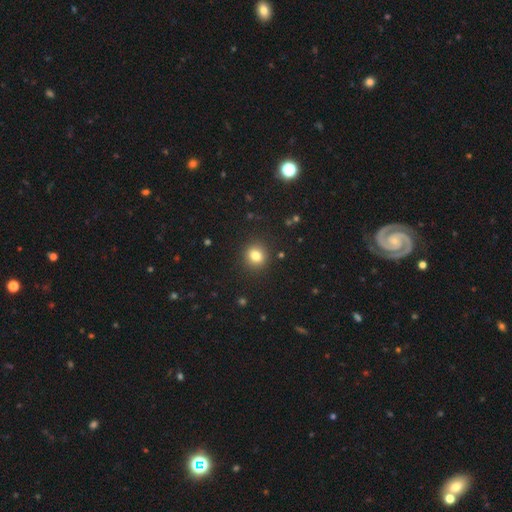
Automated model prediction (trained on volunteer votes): Smooth or featured: smooth — 81% (star or artifact — 12%)
How rounded: round — 82% (in between — 17%)
Merging: none — 90% (minor disturbance — 7%)